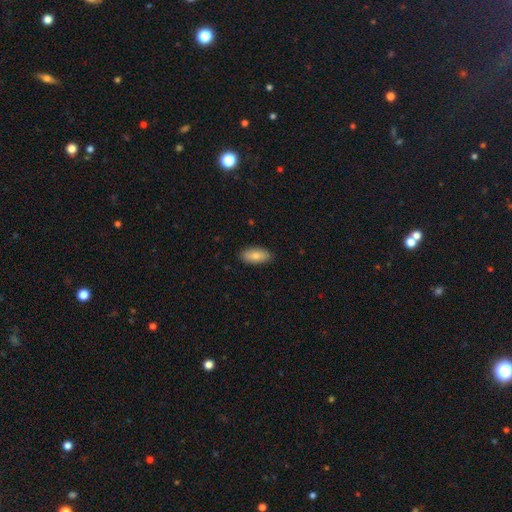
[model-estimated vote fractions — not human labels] smooth 83%, featured or disk 11%, star or artifact 6%. Down the decision tree: how rounded — in between (89%); merging — none (88%).